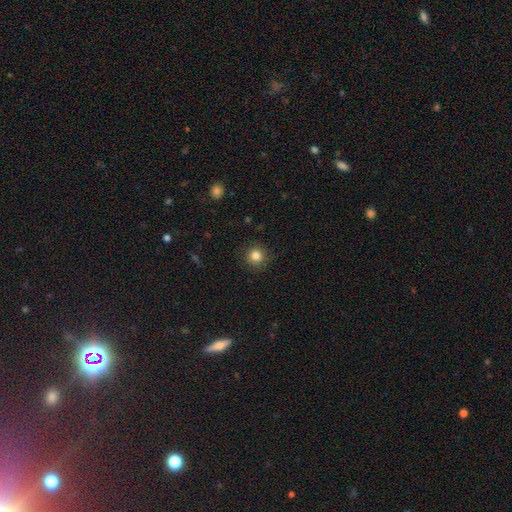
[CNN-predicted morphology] This appears to be a smooth galaxy with no disk features (83%) that is round (93%). Merging: none (90%).